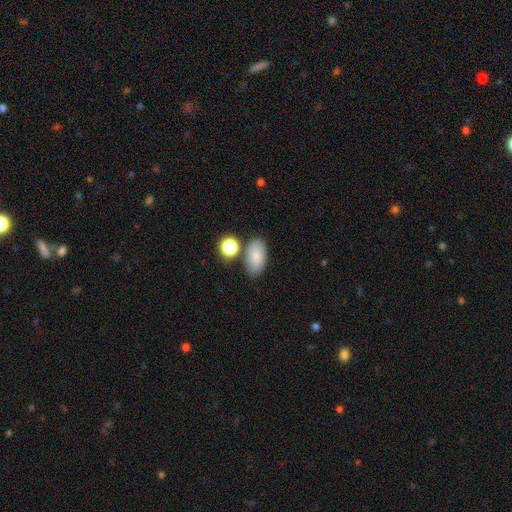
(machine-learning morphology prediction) Smooth or featured? Predicted: smooth (p=0.81). How rounded? Predicted: in between (p=0.92). Merging? Predicted: none (p=0.73).